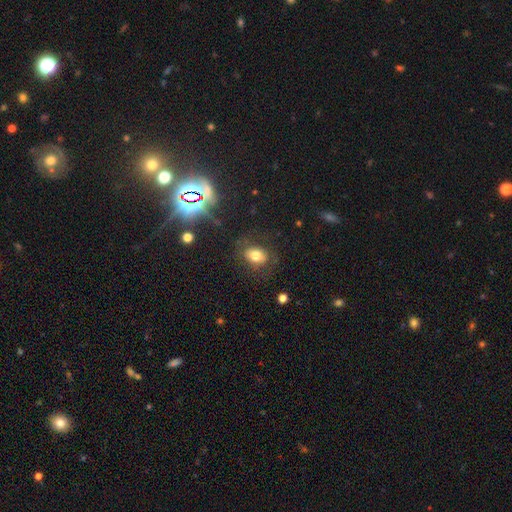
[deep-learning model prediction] smooth_or_featured: smooth (p=0.71) [alt: featured or disk p=0.16]
how_rounded: in between (p=0.71) [alt: round p=0.28]
merging: none (p=0.74) [alt: minor disturbance p=0.16]